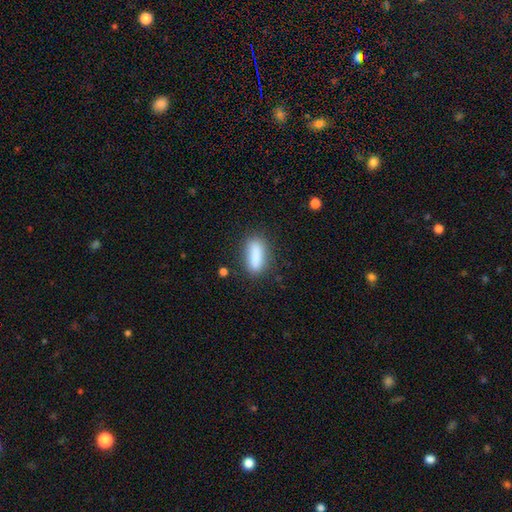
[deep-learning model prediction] smooth_or_featured: smooth (p=0.84) [alt: featured or disk p=0.08]
how_rounded: in between (p=0.59) [alt: cigar-shaped p=0.38]
merging: none (p=0.78) [alt: minor disturbance p=0.14]